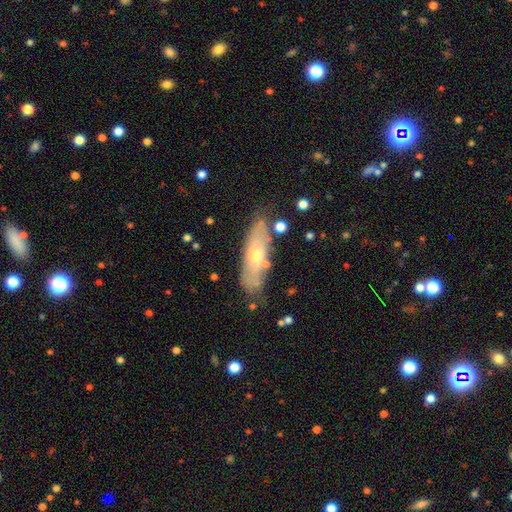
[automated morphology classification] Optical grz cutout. It shows a featured or disk galaxy (52%). Merging: none (77%).